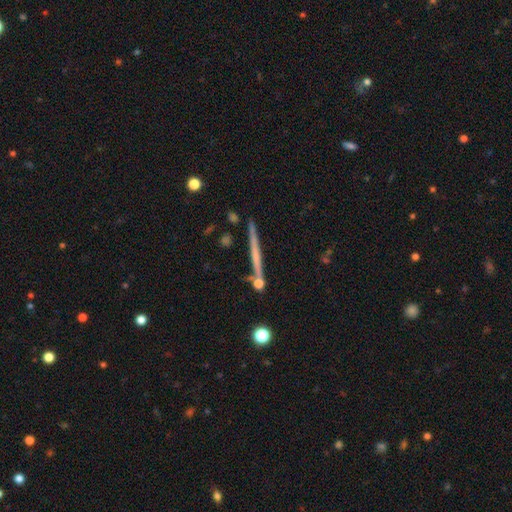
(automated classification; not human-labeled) Smooth or featured?
  - featured or disk: 58% *
  - smooth: 35%
  - star or artifact: 7%
Edge-on disk?
  - yes: 97% *
  - no: 3%
Edge-on bulge?
  - none: 83% *
  - rounded: 12%
  - boxy: 5%
Merging?
  - none: 85% *
  - minor disturbance: 8%
  - merger: 5%
  - major disturbance: 2%